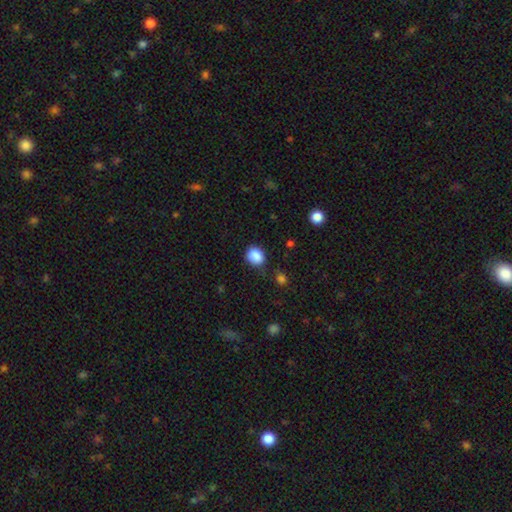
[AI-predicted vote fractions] A smooth galaxy with no disk features (87%) that is round (59%). Merging: none (75%).